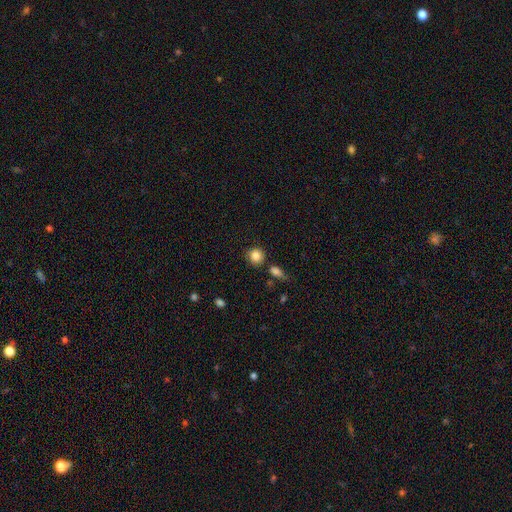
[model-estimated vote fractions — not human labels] Overall: smooth (86%). How rounded: round (87%). Merging: none (76%).